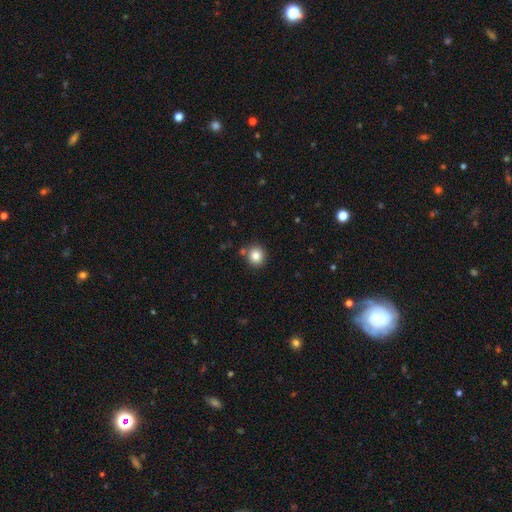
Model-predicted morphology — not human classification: smooth-or-featured: smooth: 84% | star or artifact: 10% | featured or disk: 6%
  how-rounded: round: 88% | in between: 11% | cigar-shaped: 1%
  merging: none: 83% | minor disturbance: 8% | merger: 6% | major disturbance: 2%